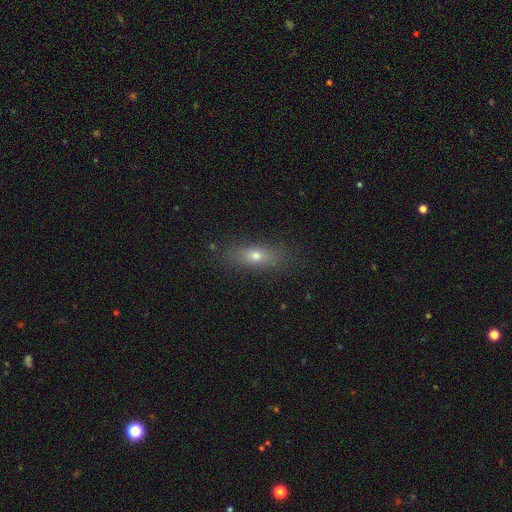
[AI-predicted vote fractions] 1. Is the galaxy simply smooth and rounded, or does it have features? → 63% smooth, 26% featured or disk, 12% star or artifact.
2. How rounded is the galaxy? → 50% in between, 44% cigar-shaped, 6% round.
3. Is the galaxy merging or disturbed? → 84% none, 11% minor disturbance, 3% major disturbance, 1% merger.